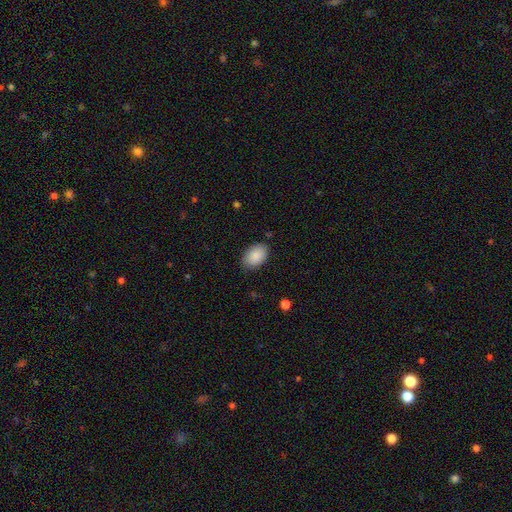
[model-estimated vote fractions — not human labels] Smooth or featured? Predicted: smooth (p=0.89). How rounded? Predicted: in between (p=0.87). Merging? Predicted: none (p=0.82).